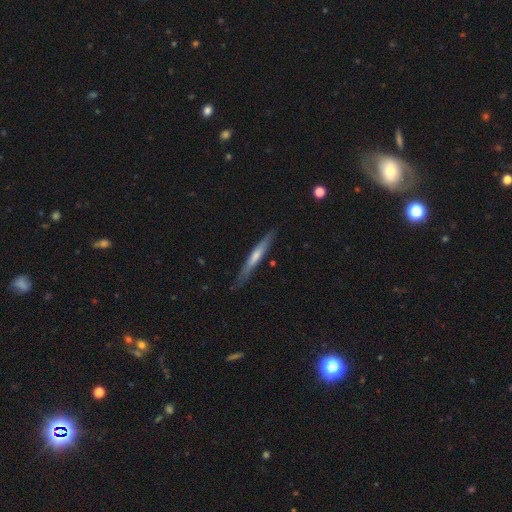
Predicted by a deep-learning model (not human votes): The model was most divided on "smooth or featured": featured or disk: 51%, smooth: 43%, star or artifact: 6%. More confident: edge-on disk — yes (94%); merging — none (83%).